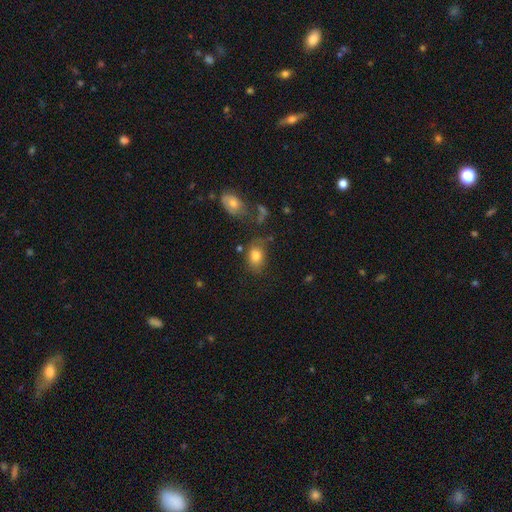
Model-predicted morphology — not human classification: Smooth or featured?
  - smooth: 80% *
  - featured or disk: 11%
  - star or artifact: 9%
How rounded?
  - in between: 76% *
  - round: 22%
  - cigar-shaped: 1%
Merging?
  - none: 58% *
  - minor disturbance: 23%
  - major disturbance: 11%
  - merger: 8%